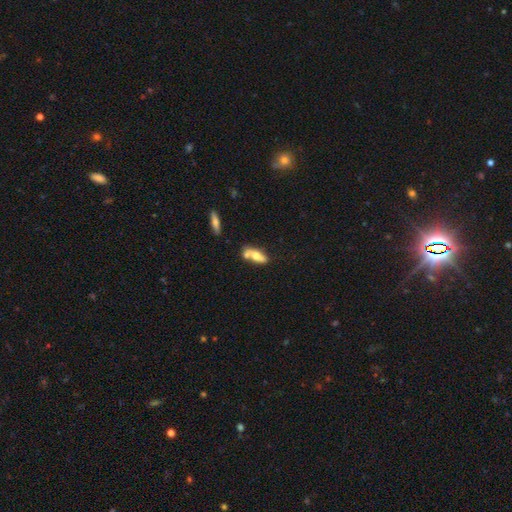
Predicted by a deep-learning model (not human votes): smooth-or-featured: smooth: 59% | featured or disk: 34% | star or artifact: 7%
  how-rounded: in between: 67% | cigar-shaped: 29% | round: 4%
  merging: none: 43% | merger: 36% | minor disturbance: 15% | major disturbance: 5%